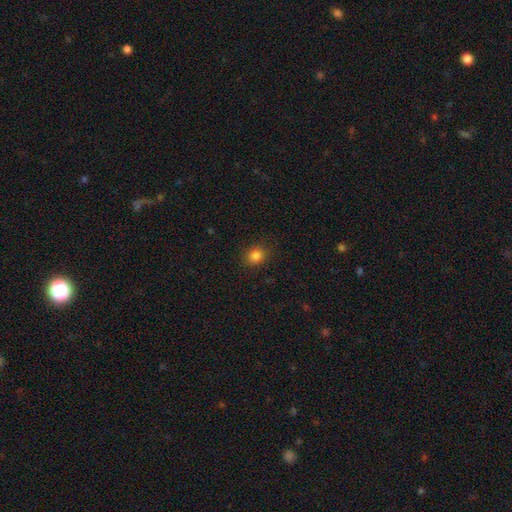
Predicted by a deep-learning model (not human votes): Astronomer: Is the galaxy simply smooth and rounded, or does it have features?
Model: smooth — 83%.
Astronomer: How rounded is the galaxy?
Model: round — 70%.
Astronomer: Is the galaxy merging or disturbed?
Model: none — 89%.